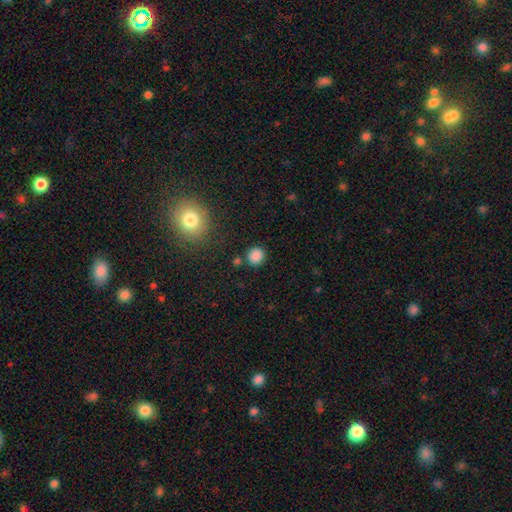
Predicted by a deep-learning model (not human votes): smooth 85%, star or artifact 12%, featured or disk 3%. Down the decision tree: how rounded — round (86%); merging — none (82%).